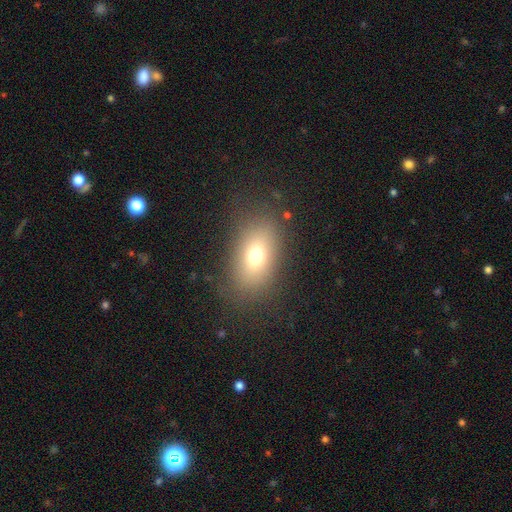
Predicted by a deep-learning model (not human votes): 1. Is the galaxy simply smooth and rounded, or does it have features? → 72% smooth, 16% featured or disk, 13% star or artifact.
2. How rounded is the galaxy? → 83% in between, 14% round, 3% cigar-shaped.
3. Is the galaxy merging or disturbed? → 81% none, 12% minor disturbance, 6% major disturbance, 1% merger.